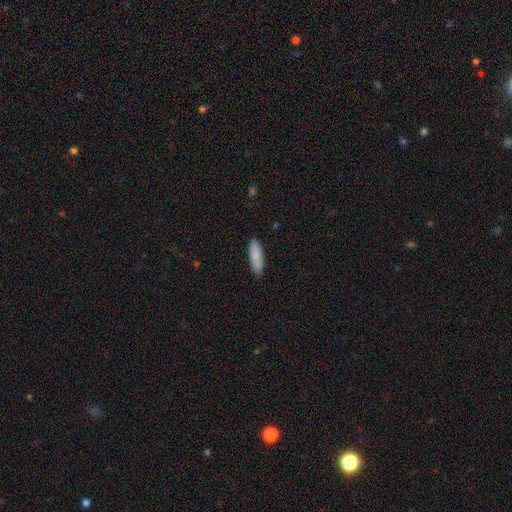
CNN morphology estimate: Smooth or featured: smooth — 86% (featured or disk — 8%)
How rounded: in between — 50% (cigar-shaped — 49%)
Merging: none — 86% (minor disturbance — 11%)